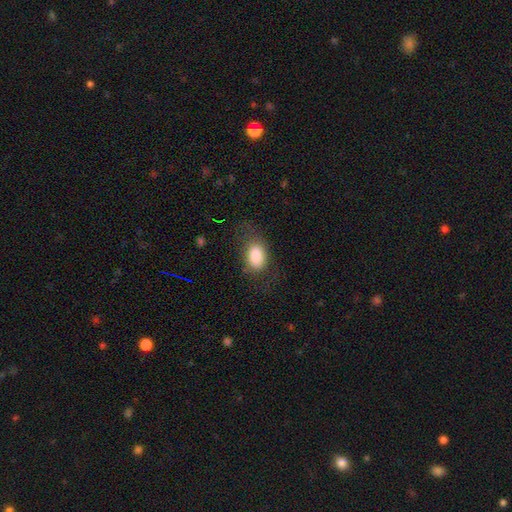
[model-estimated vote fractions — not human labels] smooth 84%, featured or disk 8%, star or artifact 7%. Down the decision tree: how rounded — in between (88%); merging — none (61%).